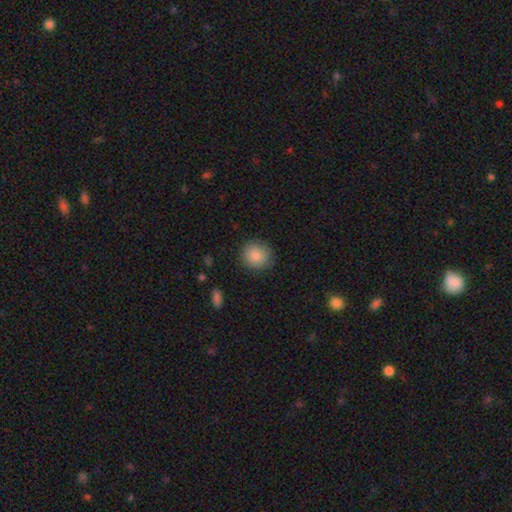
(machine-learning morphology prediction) Smooth or featured? Predicted: smooth (p=0.87). How rounded? Predicted: round (p=0.87). Merging? Predicted: none (p=0.87).